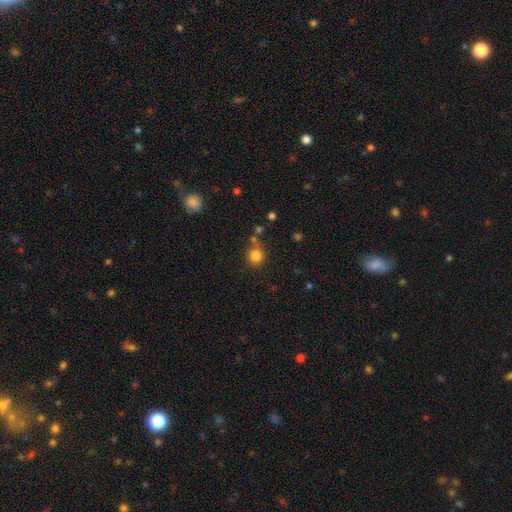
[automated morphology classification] smooth-or-featured: smooth: 83% | star or artifact: 12% | featured or disk: 6%
  how-rounded: round: 86% | in between: 13% | cigar-shaped: 1%
  merging: none: 70% | minor disturbance: 13% | merger: 12% | major disturbance: 5%